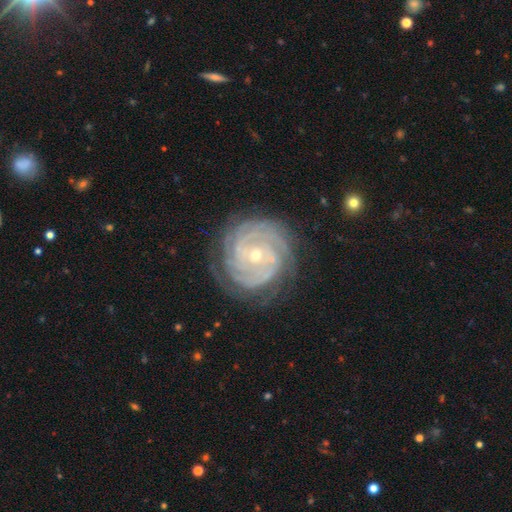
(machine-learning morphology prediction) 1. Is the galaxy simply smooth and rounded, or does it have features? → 89% featured or disk, 6% star or artifact, 5% smooth.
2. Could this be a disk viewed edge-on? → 98% no, 2% yes.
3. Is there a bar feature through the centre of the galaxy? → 66% no, 24% weak, 10% strong.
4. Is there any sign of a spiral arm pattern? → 98% yes, 2% no.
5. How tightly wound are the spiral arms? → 86% tight, 12% medium, 2% loose.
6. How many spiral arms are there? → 24% 4, 23% 3, 20% can't tell, 14% 2, 11% more than 4, 7% 1.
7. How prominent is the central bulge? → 63% small, 35% moderate, 1% large, 1% none, 1% dominant.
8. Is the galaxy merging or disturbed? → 79% none, 15% minor disturbance, 5% major disturbance, 2% merger.